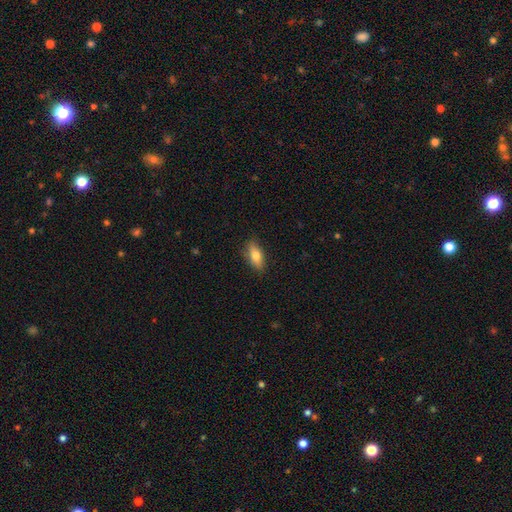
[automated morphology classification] The model was most divided on "smooth or featured": smooth: 73%, featured or disk: 19%, star or artifact: 7%. More confident: merging — none (84%); how rounded — in between (78%).